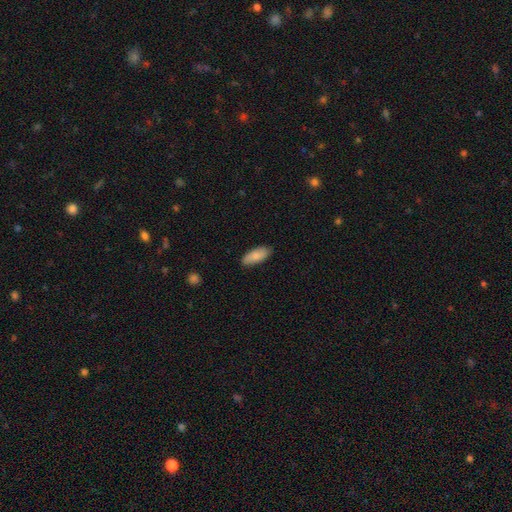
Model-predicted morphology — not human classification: Smooth or featured: smooth — 86% (featured or disk — 8%)
How rounded: in between — 82% (cigar-shaped — 16%)
Merging: none — 85% (minor disturbance — 11%)